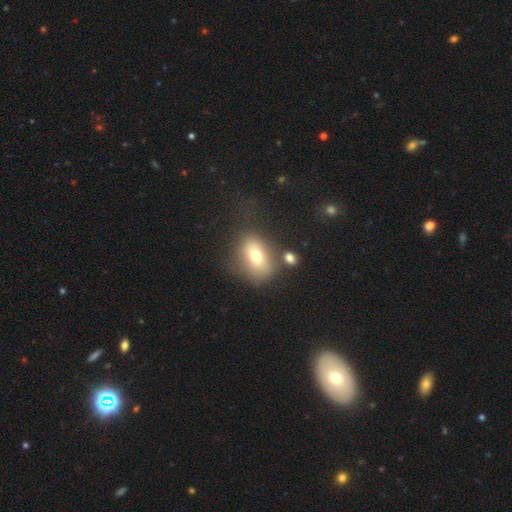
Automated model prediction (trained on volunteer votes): smooth-or-featured: smooth: 70% | featured or disk: 19% | star or artifact: 11%
  how-rounded: in between: 67% | round: 31% | cigar-shaped: 2%
  merging: none: 61% | minor disturbance: 18% | major disturbance: 11% | merger: 10%